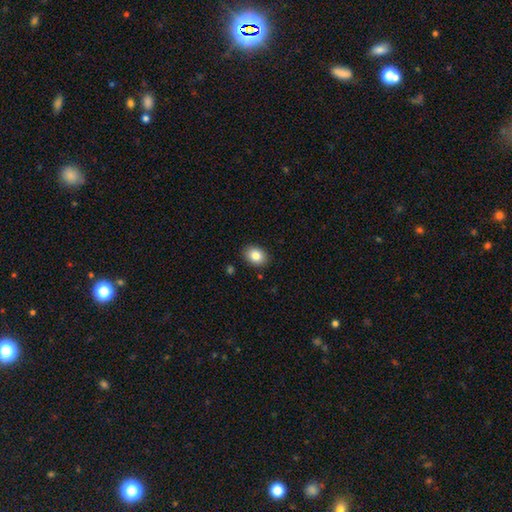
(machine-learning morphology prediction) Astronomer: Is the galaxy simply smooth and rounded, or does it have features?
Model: smooth — 84%.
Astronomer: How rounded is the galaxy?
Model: in between — 64%.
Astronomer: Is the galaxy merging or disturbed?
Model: none — 89%.